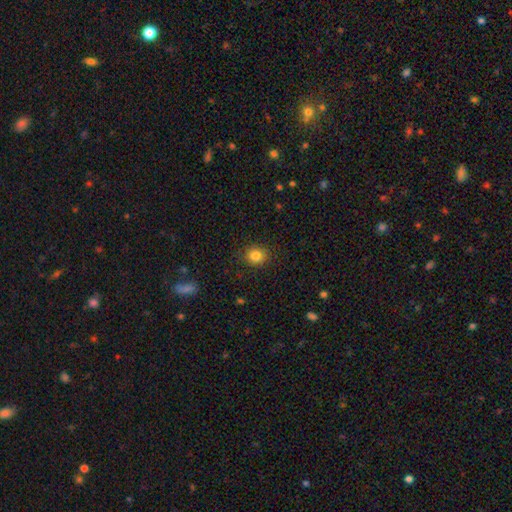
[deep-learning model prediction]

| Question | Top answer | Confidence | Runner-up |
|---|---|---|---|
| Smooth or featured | smooth | 84% | star or artifact (11%) |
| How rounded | round | 82% | in between (17%) |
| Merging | none | 88% | minor disturbance (8%) |